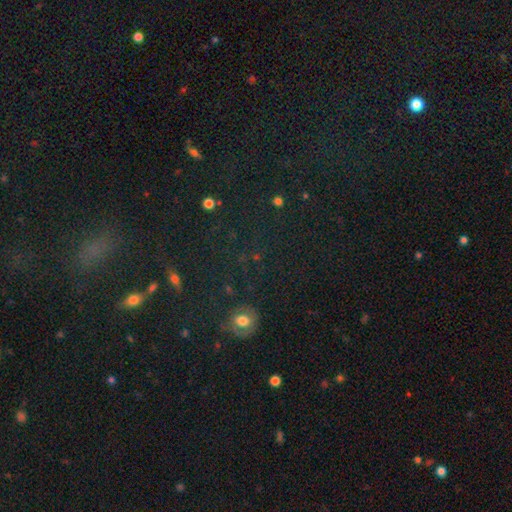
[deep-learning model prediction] This appears to be a star or artifact, not a galaxy (61%).